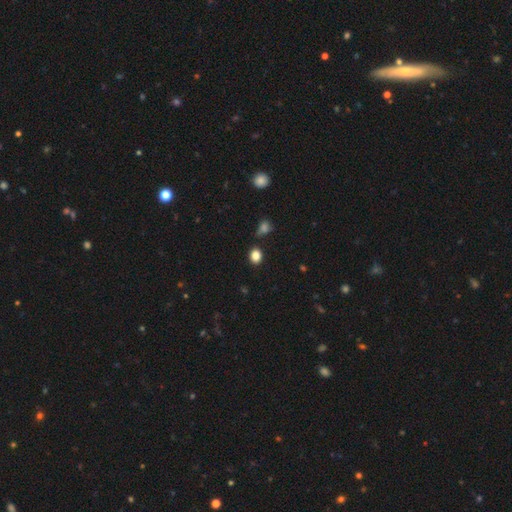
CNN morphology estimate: type=smooth (85%); roundness=round (53%); merging=none (81%).